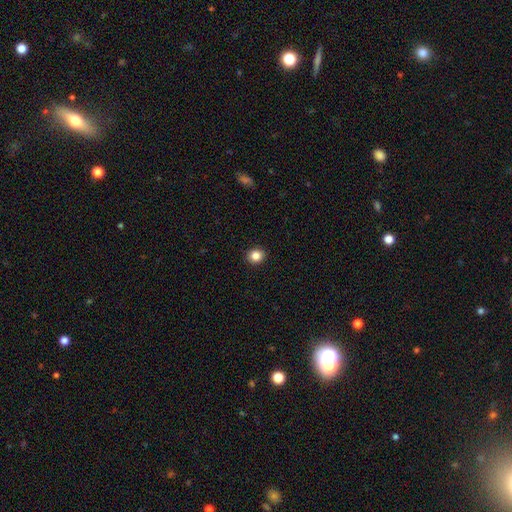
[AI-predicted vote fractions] This is clearly a smooth galaxy (84%). How rounded: likely round (78%). Merging: clearly none (92%).